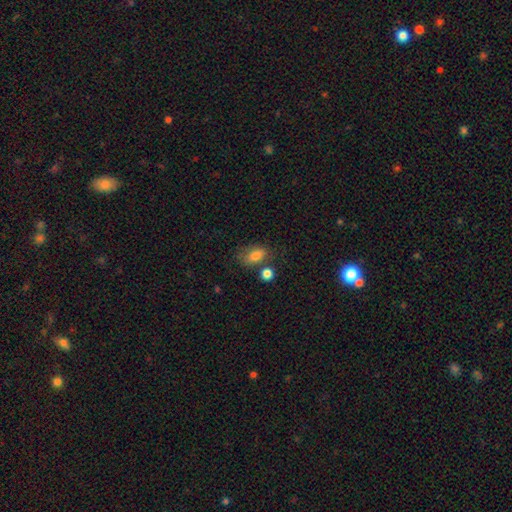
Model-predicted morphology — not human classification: smooth 78%, featured or disk 12%, star or artifact 10%. Down the decision tree: how rounded — in between (81%); merging — none (56%).